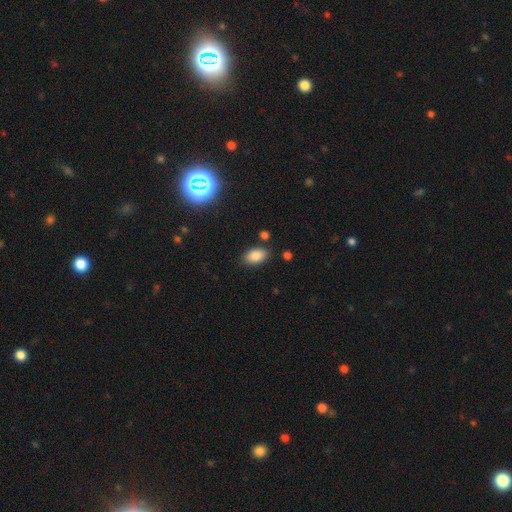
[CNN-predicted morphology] This is clearly a smooth galaxy (85%). How rounded: clearly in between (91%). Merging: clearly none (82%).